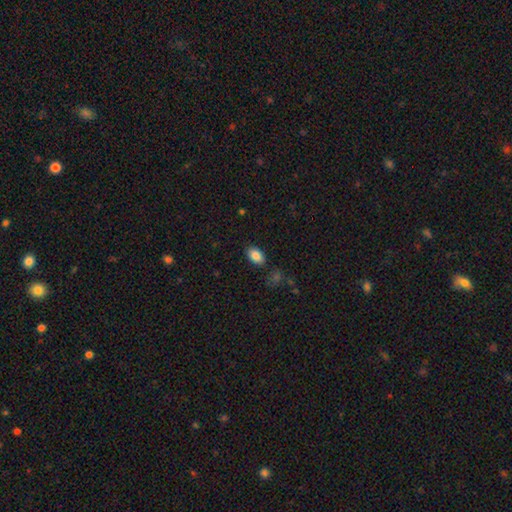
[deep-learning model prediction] Smooth or featured: smooth — 86% (star or artifact — 8%)
How rounded: in between — 89% (round — 9%)
Merging: none — 85% (minor disturbance — 10%)